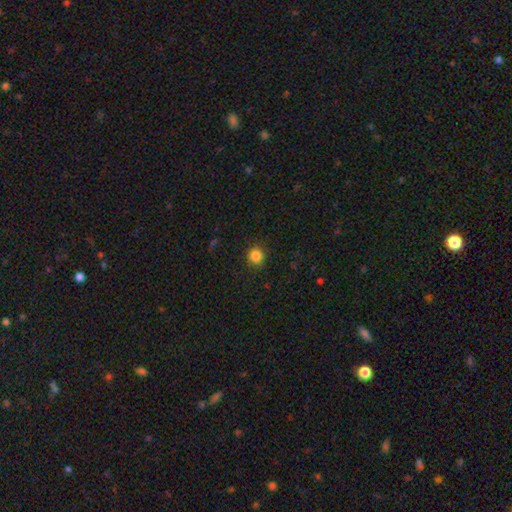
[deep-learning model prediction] smooth_or_featured: smooth (p=0.86) [alt: star or artifact p=0.11]
how_rounded: round (p=0.90) [alt: in between p=0.10]
merging: none (p=0.89) [alt: minor disturbance p=0.08]